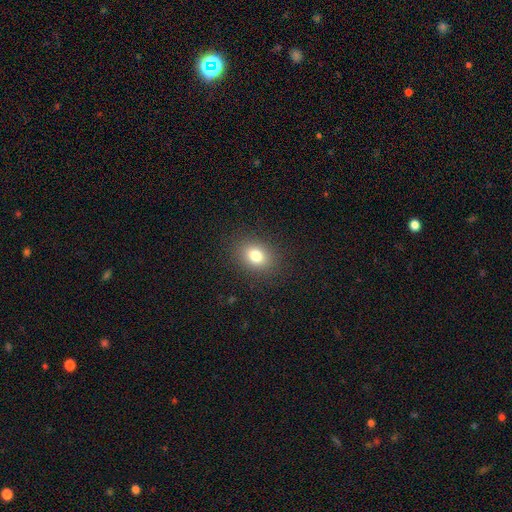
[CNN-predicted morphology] A smooth galaxy with no disk features (80%) that is in between round and cigar-shaped (56%).

Vote fractions:
- Smooth or featured? smooth: 80% / star or artifact: 12% / featured or disk: 8%
- How rounded? in between: 56% / round: 43% / cigar-shaped: 1%
- Merging? none: 88% / minor disturbance: 8% / major disturbance: 3% / merger: 1%